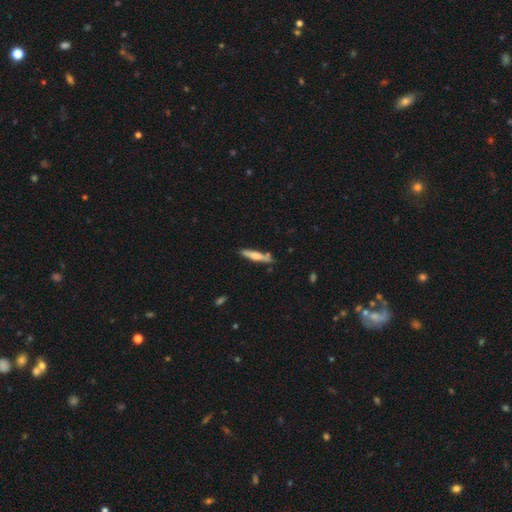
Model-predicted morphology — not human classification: A smooth galaxy with no disk features (58%) that is cigar-shaped (90%). Merging: none (80%).